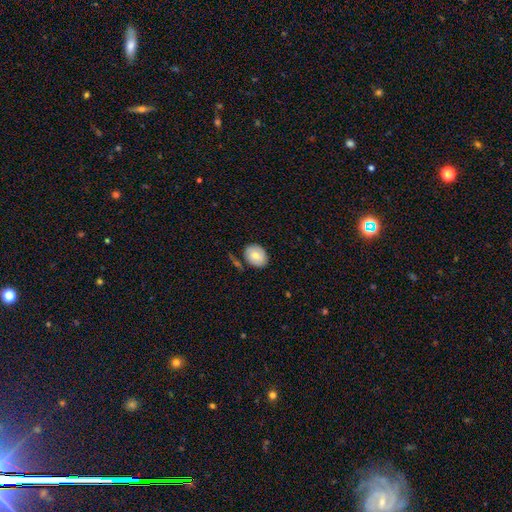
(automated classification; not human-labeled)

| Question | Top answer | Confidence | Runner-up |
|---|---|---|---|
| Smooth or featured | smooth | 70% | featured or disk (23%) |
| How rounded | in between | 52% | round (47%) |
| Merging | none | 73% | minor disturbance (17%) |